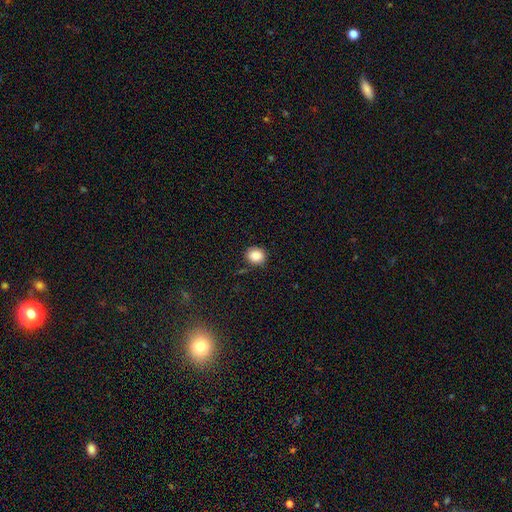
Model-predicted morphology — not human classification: Q: Smooth or featured?
A: smooth (87%); runner-up: star or artifact (9%)
Q: How rounded?
A: round (75%); runner-up: in between (24%)
Q: Merging?
A: none (85%); runner-up: minor disturbance (10%)